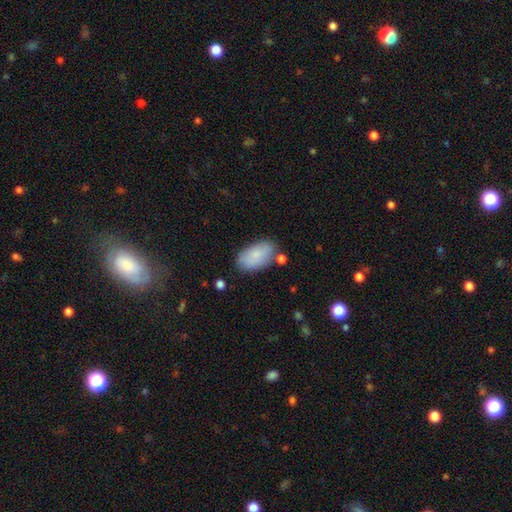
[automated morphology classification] This is clearly a smooth galaxy (82%). How rounded: clearly in between (95%). Merging: likely none (73%).